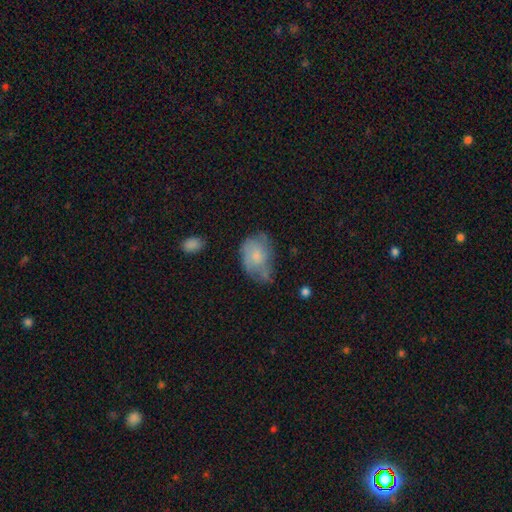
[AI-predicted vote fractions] This is possibly a smooth galaxy (58%). How rounded: likely in between (78%). Merging: marginally none (41%).